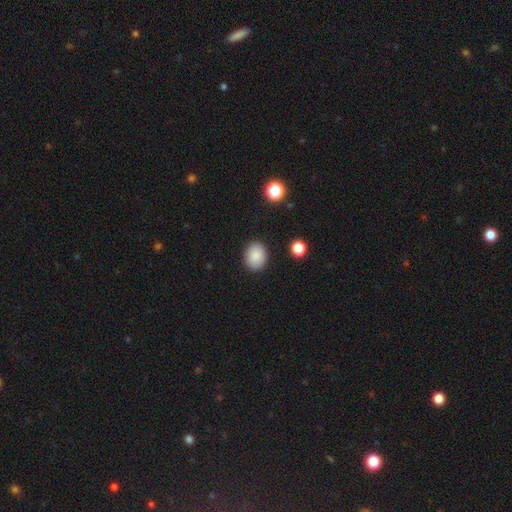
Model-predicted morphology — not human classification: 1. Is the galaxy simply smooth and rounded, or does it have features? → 87% smooth, 8% star or artifact, 5% featured or disk.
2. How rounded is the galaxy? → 55% in between, 45% round, 1% cigar-shaped.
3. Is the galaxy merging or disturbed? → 88% none, 8% minor disturbance, 2% major disturbance, 1% merger.